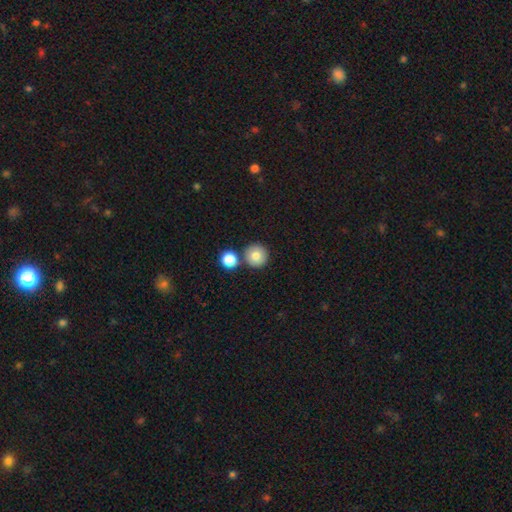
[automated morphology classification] type=smooth (80%); roundness=round (94%); merging=none (76%).